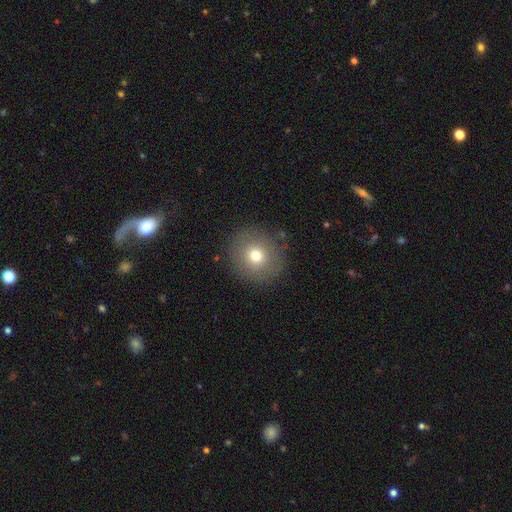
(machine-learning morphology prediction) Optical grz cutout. It shows a smooth galaxy with no disk features (74%) that is round (90%). Merging: none (87%).